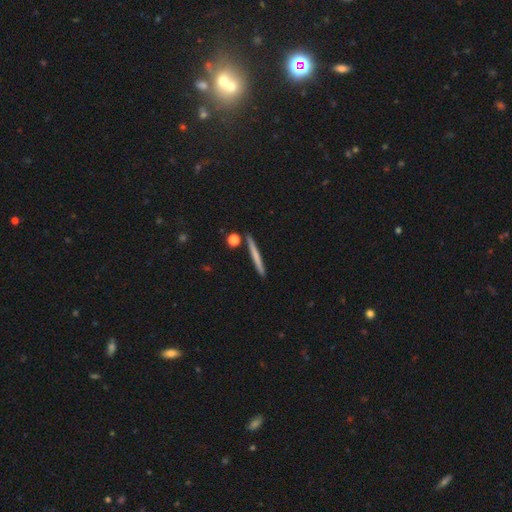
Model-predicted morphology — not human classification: Smooth or featured: smooth — 60% (featured or disk — 34%)
How rounded: cigar-shaped — 95% (in between — 3%)
Merging: none — 88% (minor disturbance — 7%)